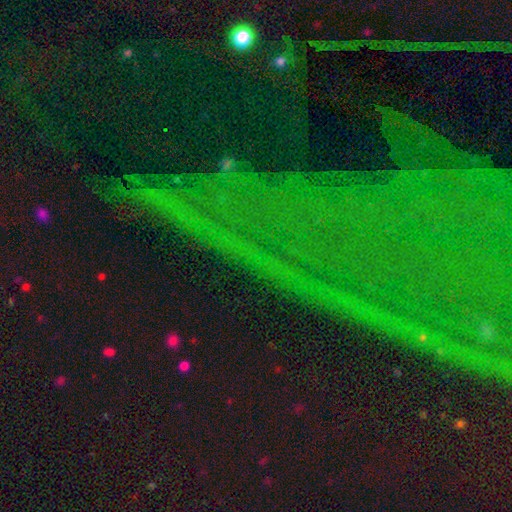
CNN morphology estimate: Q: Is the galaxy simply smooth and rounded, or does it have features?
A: star or artifact — 83%.